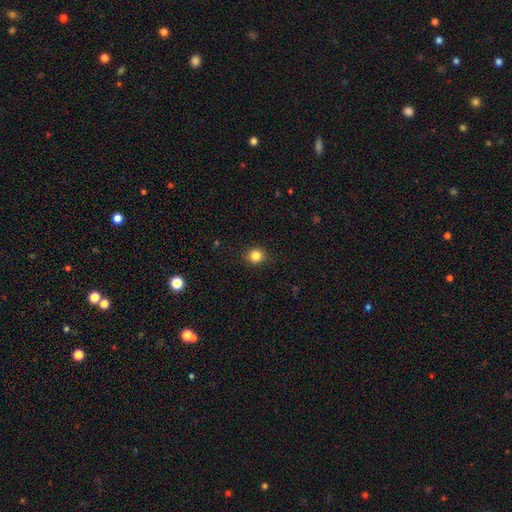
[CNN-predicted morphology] Q: Smooth or featured?
A: smooth (84%); runner-up: star or artifact (12%)
Q: How rounded?
A: round (88%); runner-up: in between (11%)
Q: Merging?
A: none (91%); runner-up: minor disturbance (7%)